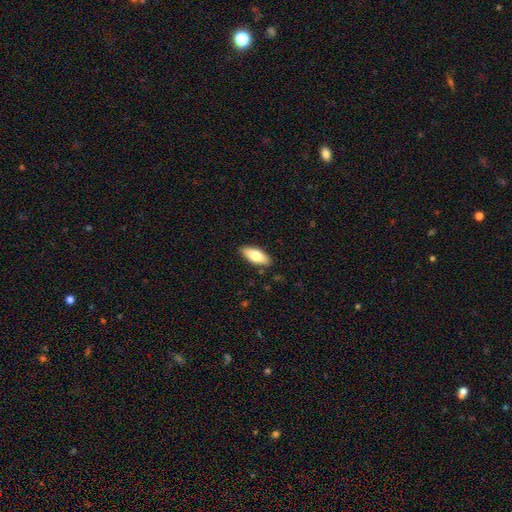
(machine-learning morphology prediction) Smooth or featured: smooth — 73% (featured or disk — 21%)
How rounded: in between — 80% (cigar-shaped — 18%)
Merging: none — 87% (minor disturbance — 9%)